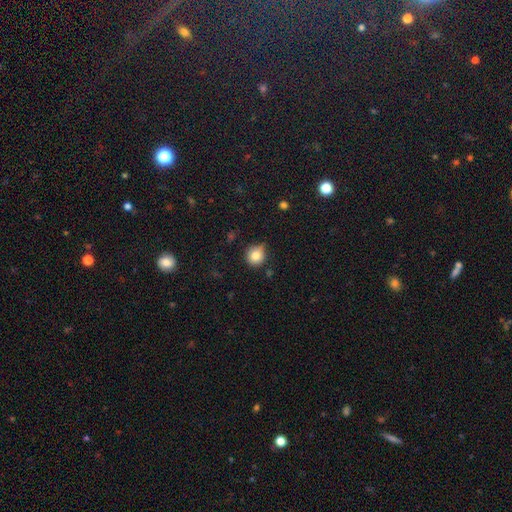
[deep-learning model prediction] smooth-or-featured: smooth: 81% | star or artifact: 11% | featured or disk: 8%
  how-rounded: round: 92% | in between: 7% | cigar-shaped: 1%
  merging: none: 71% | minor disturbance: 22% | major disturbance: 4% | merger: 3%